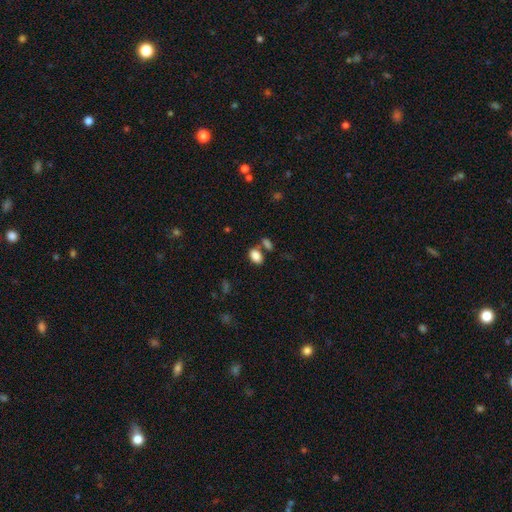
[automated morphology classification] smooth_or_featured: smooth (p=0.86) [alt: star or artifact p=0.09]
how_rounded: in between (p=0.86) [alt: round p=0.12]
merging: none (p=0.64) [alt: merger p=0.20]